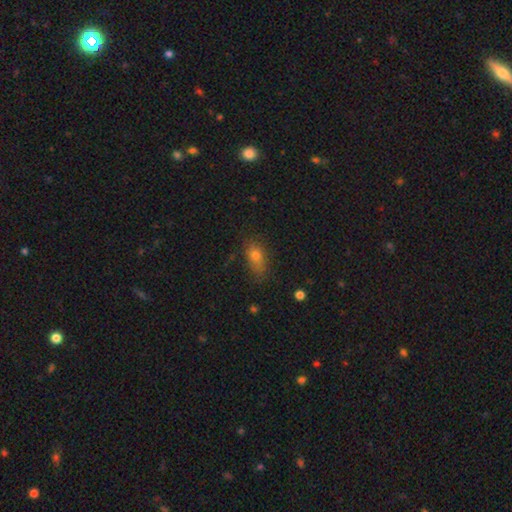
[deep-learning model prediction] smooth_or_featured: smooth (p=0.73) [alt: star or artifact p=0.13]
how_rounded: in between (p=0.78) [alt: round p=0.13]
merging: none (p=0.67) [alt: minor disturbance p=0.23]